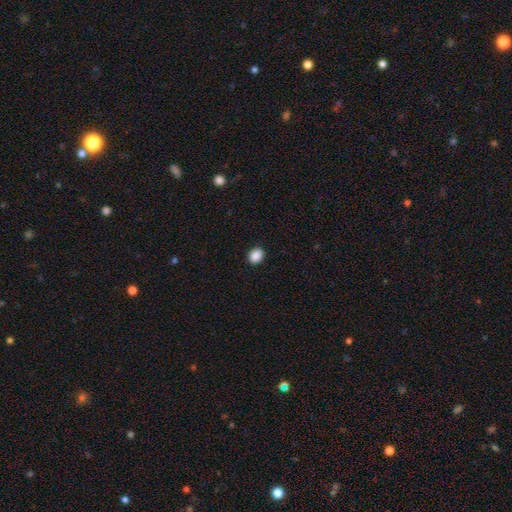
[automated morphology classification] A smooth galaxy with no disk features (89%) that is in between round and cigar-shaped (54%). Merging: none (90%).